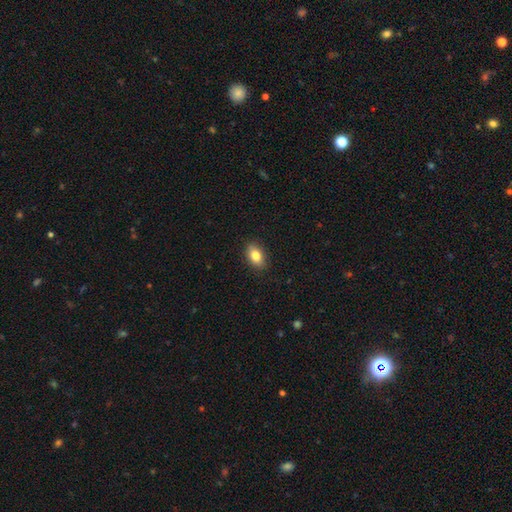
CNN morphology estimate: Smooth or featured?
  - smooth: 82% *
  - featured or disk: 10%
  - star or artifact: 8%
How rounded?
  - in between: 87% *
  - round: 10%
  - cigar-shaped: 3%
Merging?
  - none: 89% *
  - minor disturbance: 9%
  - major disturbance: 2%
  - merger: 1%